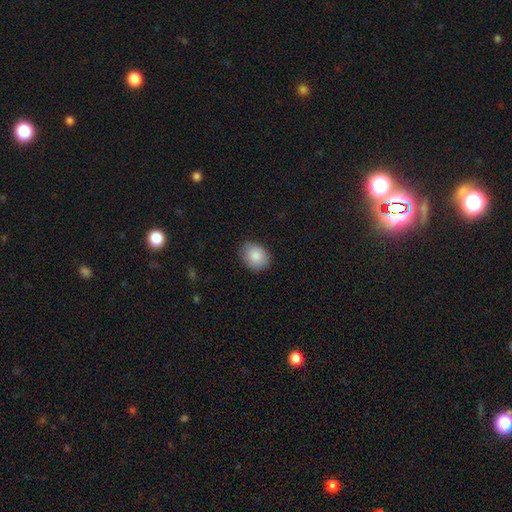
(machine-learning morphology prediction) Smooth or featured: smooth — 87% (star or artifact — 7%)
How rounded: in between — 53% (round — 46%)
Merging: none — 81% (minor disturbance — 15%)